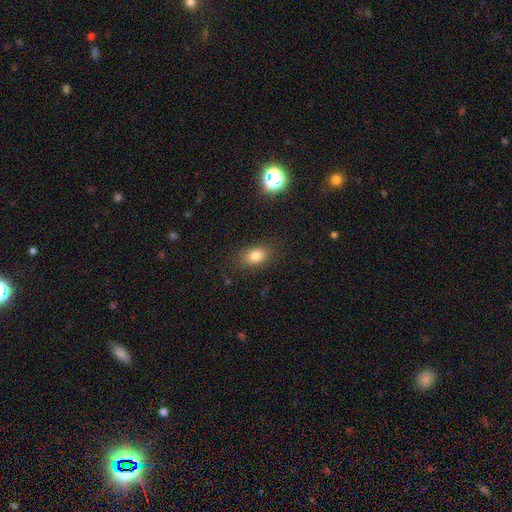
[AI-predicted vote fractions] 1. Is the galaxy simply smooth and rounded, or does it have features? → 80% smooth, 12% star or artifact, 8% featured or disk.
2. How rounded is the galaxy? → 79% in between, 19% round, 2% cigar-shaped.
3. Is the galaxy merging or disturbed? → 84% none, 11% minor disturbance, 4% major disturbance, 1% merger.